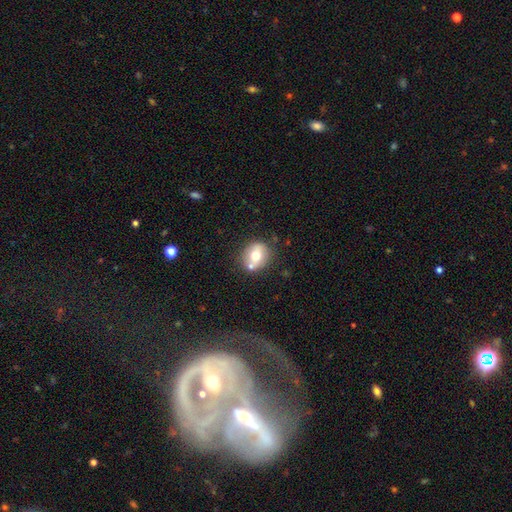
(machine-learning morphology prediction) smooth 62%, featured or disk 29%, star or artifact 9%. Down the decision tree: how rounded — round (73%); merging — none (68%).